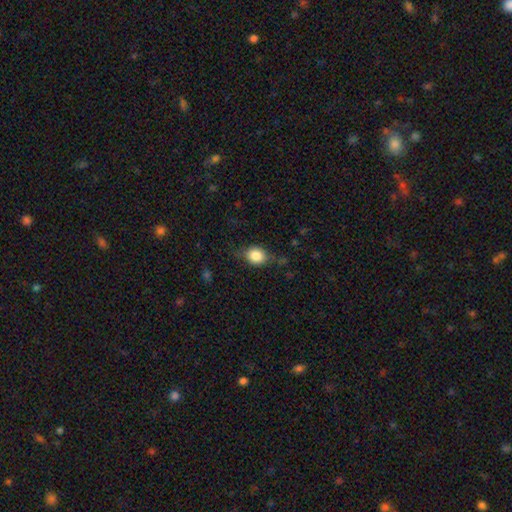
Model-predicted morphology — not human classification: Smooth or featured? smooth (72%)
How rounded? round (59%)
Merging? none (64%)